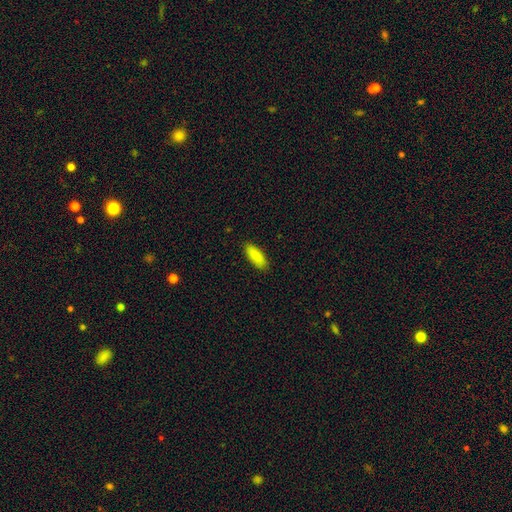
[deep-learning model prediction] The model was most divided on "how rounded": in between: 67%, cigar-shaped: 31%, round: 2%. More confident: smooth or featured — smooth (90%); merging — none (89%).